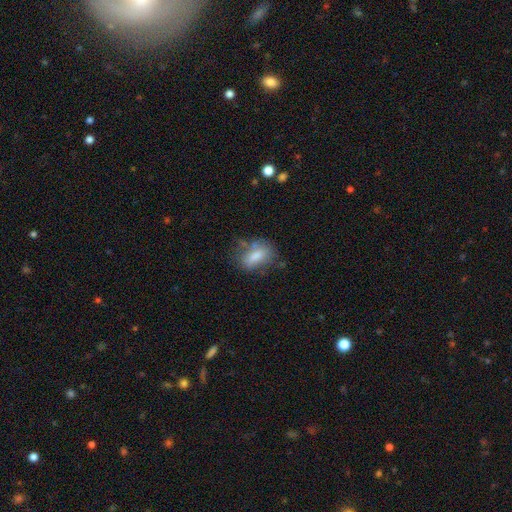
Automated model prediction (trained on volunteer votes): This is likely a smooth galaxy (71%). How rounded: clearly in between (84%). Merging: possibly none (48%).